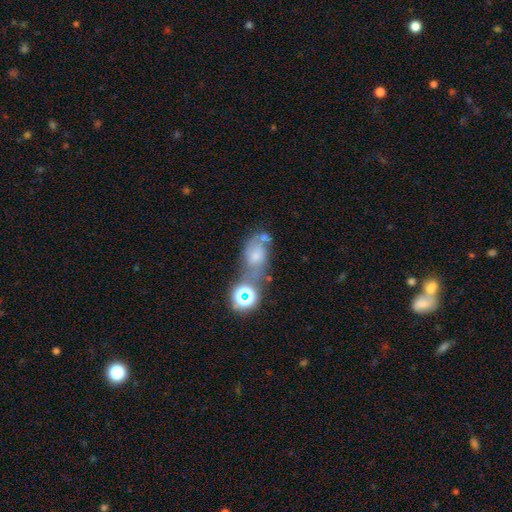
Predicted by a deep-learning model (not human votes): Smooth or featured?
  - smooth: 43% *
  - featured or disk: 36%
  - star or artifact: 22%
Merging?
  - none: 34% *
  - merger: 28%
  - minor disturbance: 21%
  - major disturbance: 17%